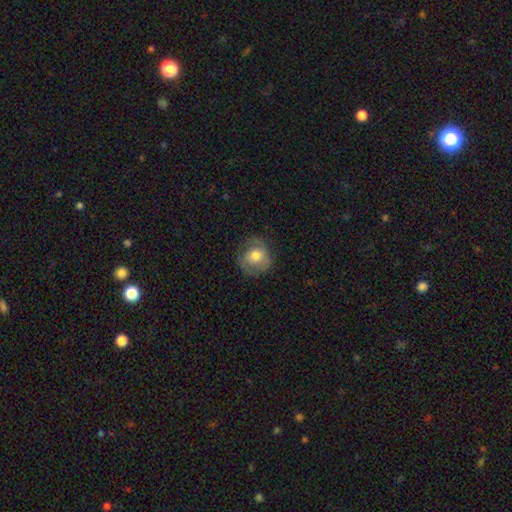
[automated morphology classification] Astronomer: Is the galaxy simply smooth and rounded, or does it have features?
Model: smooth — 54% (runner-up: featured or disk, 38%).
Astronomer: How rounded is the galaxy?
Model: round — 84%.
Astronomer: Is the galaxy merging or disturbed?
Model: none — 71%.